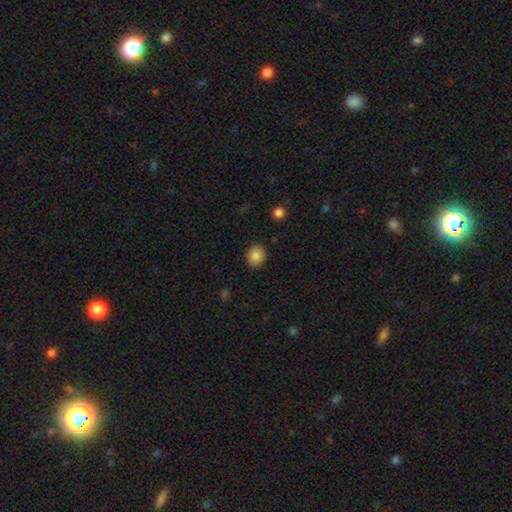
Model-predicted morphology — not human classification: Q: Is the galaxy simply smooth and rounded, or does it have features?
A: smooth — 86%.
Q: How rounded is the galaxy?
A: round — 57%.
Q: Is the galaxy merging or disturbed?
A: none — 88%.